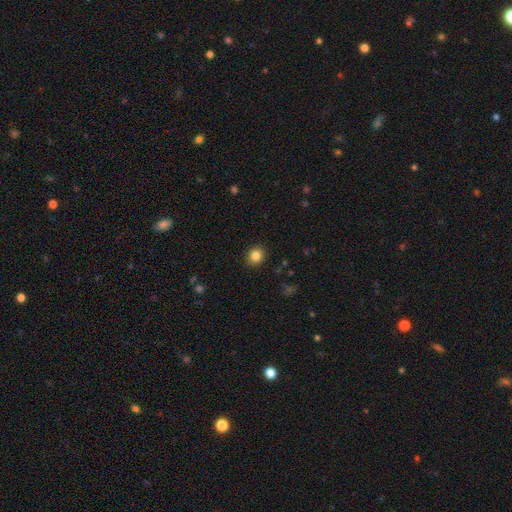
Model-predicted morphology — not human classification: A smooth galaxy with no disk features (85%) that is round (80%).

Vote fractions:
- Smooth or featured? smooth: 85% / star or artifact: 11% / featured or disk: 5%
- How rounded? round: 80% / in between: 19% / cigar-shaped: 1%
- Merging? none: 90% / minor disturbance: 6% / major disturbance: 2% / merger: 1%